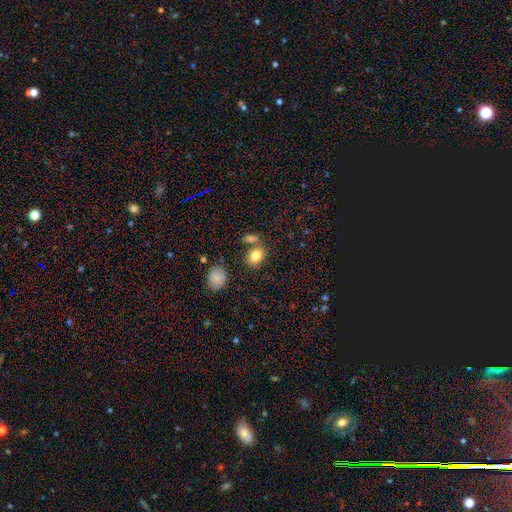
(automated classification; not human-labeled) smooth-or-featured: smooth: 82% | star or artifact: 10% | featured or disk: 8%
  how-rounded: in between: 70% | round: 29% | cigar-shaped: 1%
  merging: none: 65% | merger: 19% | minor disturbance: 12% | major disturbance: 4%